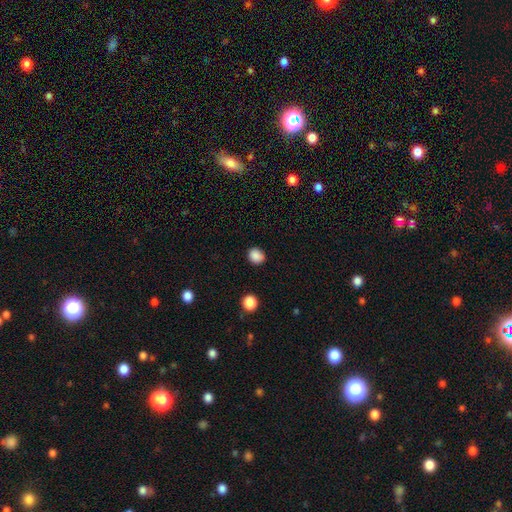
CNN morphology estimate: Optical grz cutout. It shows a smooth galaxy with no disk features (87%) that is round (71%). Merging: none (86%).